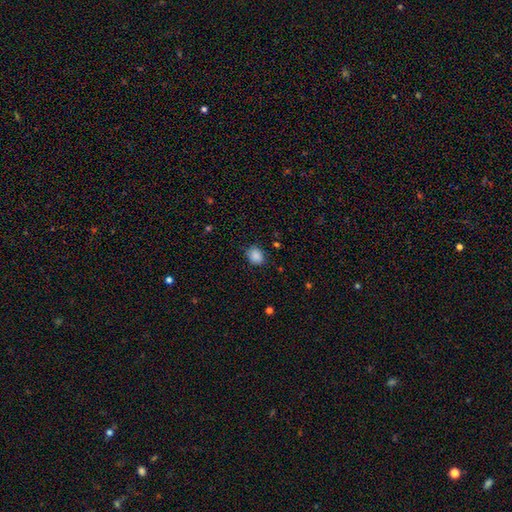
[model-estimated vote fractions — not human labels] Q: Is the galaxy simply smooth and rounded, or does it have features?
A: smooth — 87%.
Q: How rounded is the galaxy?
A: round — 57%.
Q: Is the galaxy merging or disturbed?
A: none — 78%.